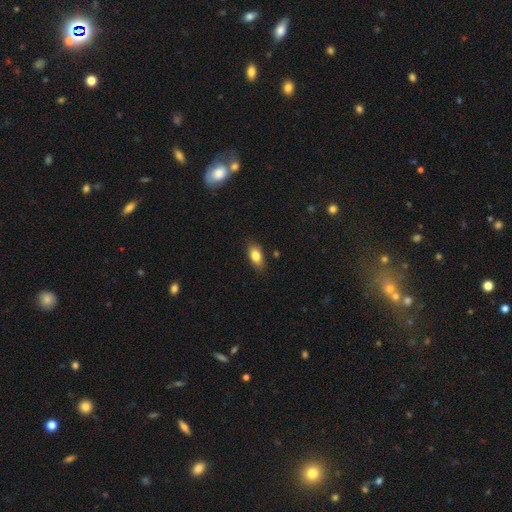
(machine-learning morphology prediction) This is clearly a smooth galaxy (82%). How rounded: clearly in between (87%). Merging: clearly none (83%).